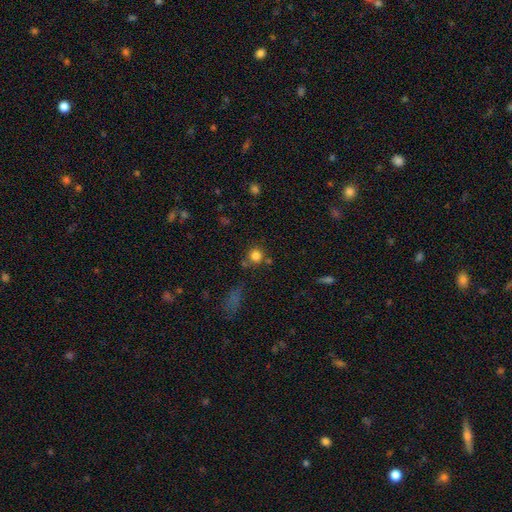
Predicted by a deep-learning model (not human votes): Morphology: type=smooth (82%); roundness=round (91%); merging=none (72%).